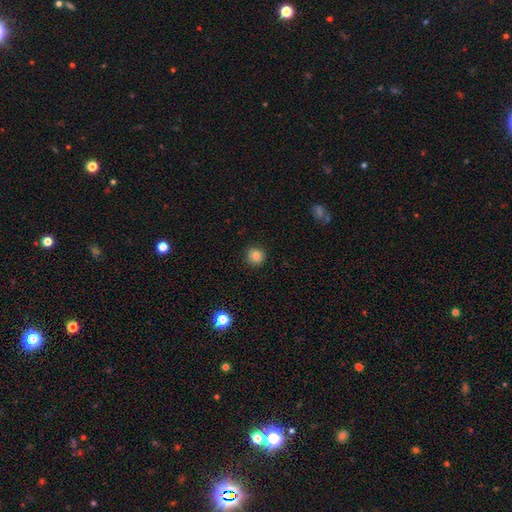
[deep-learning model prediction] This is clearly a smooth galaxy (82%). How rounded: clearly round (94%). Merging: clearly none (90%).